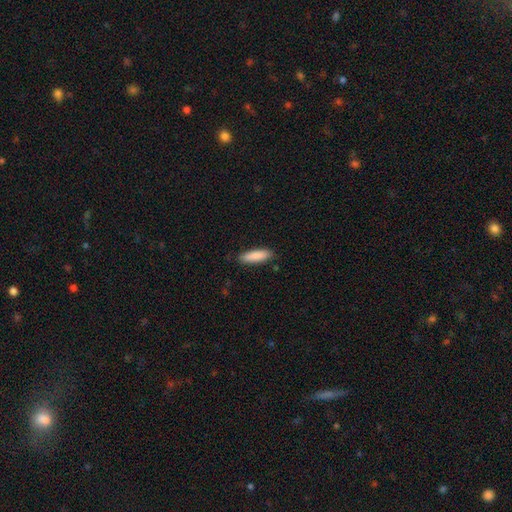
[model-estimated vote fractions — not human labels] A smooth galaxy with no disk features (88%) that is cigar-shaped (58%).

Vote fractions:
- Smooth or featured? smooth: 88% / featured or disk: 6% / star or artifact: 6%
- How rounded? cigar-shaped: 58% / in between: 41% / round: 1%
- Merging? none: 86% / minor disturbance: 11% / major disturbance: 2% / merger: 1%